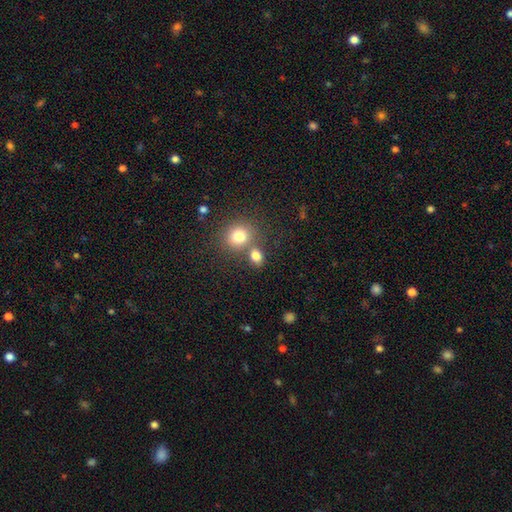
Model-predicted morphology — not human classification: This appears to be a smooth galaxy with no disk features (80%) that is round (53%). Merging: none (58%).